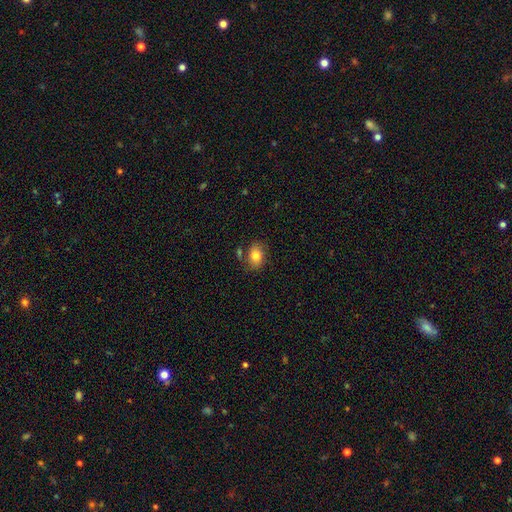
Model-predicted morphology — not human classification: A smooth galaxy with no disk features (81%) that is in between round and cigar-shaped (74%). Merging: none (71%).